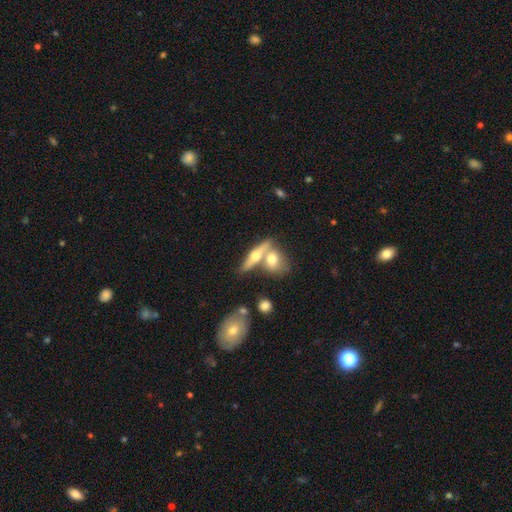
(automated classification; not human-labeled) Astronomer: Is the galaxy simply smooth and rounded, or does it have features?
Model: featured or disk — 52% (runner-up: smooth, 42%).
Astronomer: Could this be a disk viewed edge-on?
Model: yes — 85%.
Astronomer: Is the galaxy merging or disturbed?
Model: none — 44%, tied with merger at 44%.